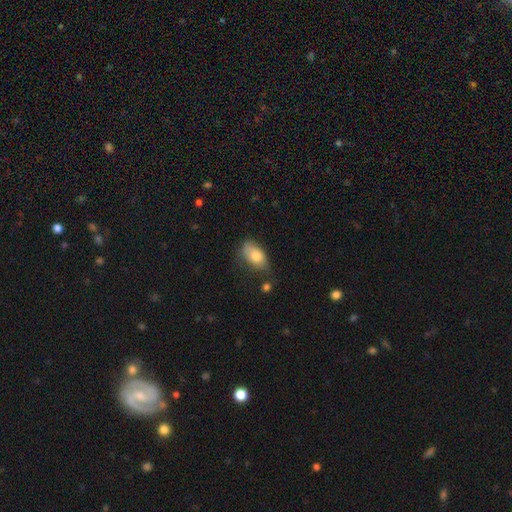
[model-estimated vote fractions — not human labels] Smooth or featured?
  - smooth: 78% *
  - featured or disk: 15%
  - star or artifact: 7%
How rounded?
  - in between: 91% *
  - round: 7%
  - cigar-shaped: 3%
Merging?
  - none: 55% *
  - minor disturbance: 32%
  - major disturbance: 9%
  - merger: 4%